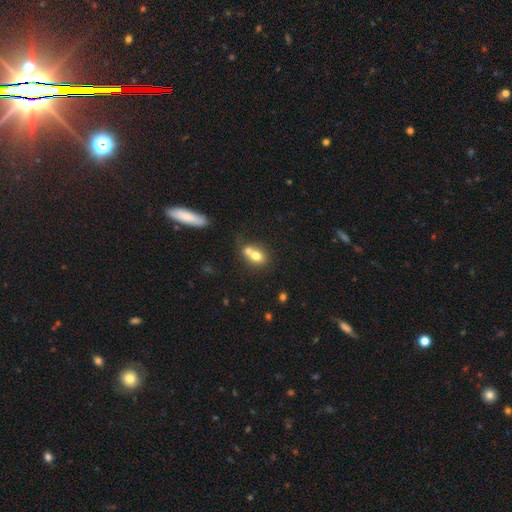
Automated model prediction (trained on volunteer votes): The model was most divided on "how rounded": round: 52%, in between: 46%, cigar-shaped: 2%. More confident: smooth or featured — smooth (72%); merging — merger (59%).